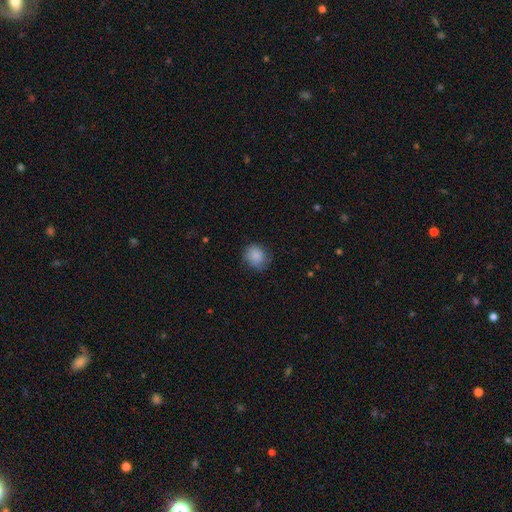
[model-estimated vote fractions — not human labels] Smooth or featured? smooth (87%)
How rounded? round (70%)
Merging? none (76%)